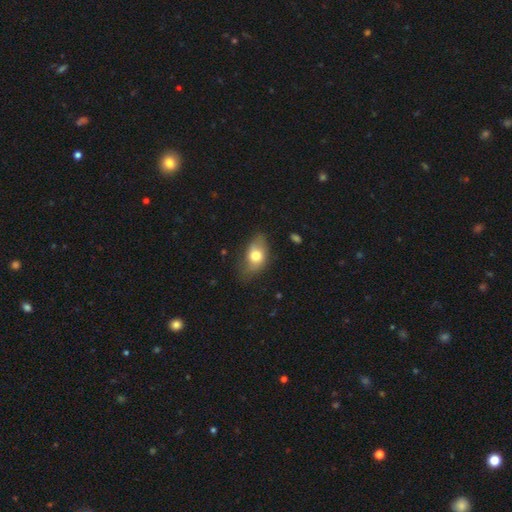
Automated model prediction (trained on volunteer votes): This is likely a smooth galaxy (68%). How rounded: clearly in between (86%). Merging: likely none (61%).